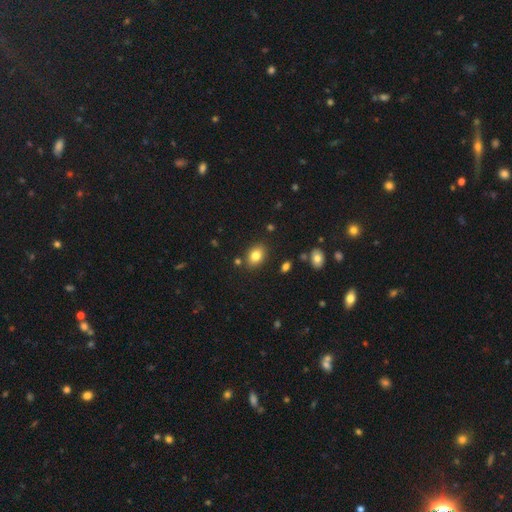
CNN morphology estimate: Smooth or featured: smooth — 81% (star or artifact — 10%)
How rounded: in between — 72% (round — 27%)
Merging: none — 84% (minor disturbance — 10%)